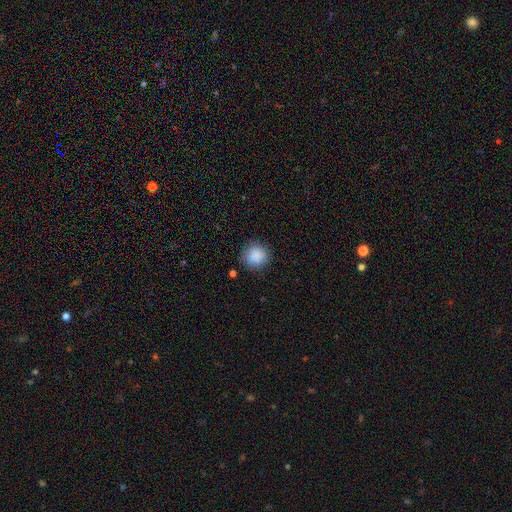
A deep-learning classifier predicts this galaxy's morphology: Overall: smooth (88%). How rounded: round (91%). Merging: none (85%).